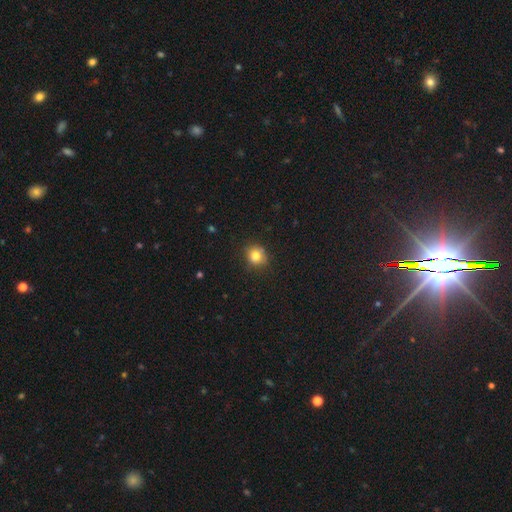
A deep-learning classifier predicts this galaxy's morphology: smooth-or-featured: smooth: 82% | star or artifact: 11% | featured or disk: 7%
  how-rounded: round: 77% | in between: 22% | cigar-shaped: 1%
  merging: none: 79% | minor disturbance: 16% | major disturbance: 3% | merger: 2%